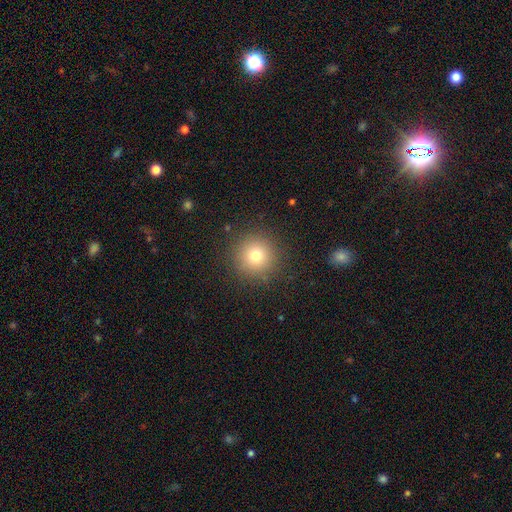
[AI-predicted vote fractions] smooth_or_featured: smooth (p=0.75) [alt: star or artifact p=0.15]
how_rounded: round (p=0.96) [alt: in between p=0.03]
merging: none (p=0.90) [alt: minor disturbance p=0.06]